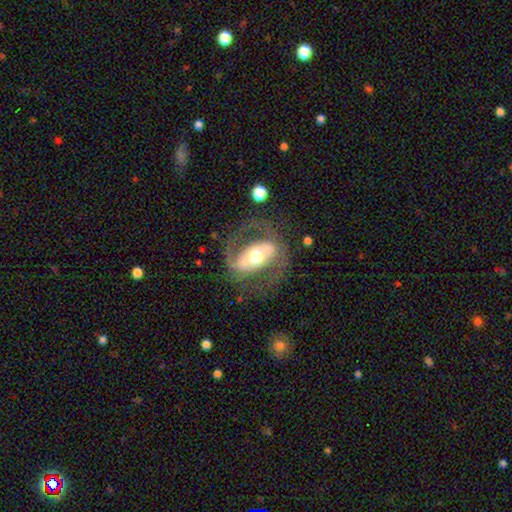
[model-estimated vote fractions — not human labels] featured or disk 80%, smooth 15%, star or artifact 5%. Down the decision tree: edge-on disk — no (93%); bar — strong (55%); spiral arms — yes (75%); spiral arm count — 2 (86%); spiral winding — medium (49%); bulge size — moderate (67%); merging — none (69%).